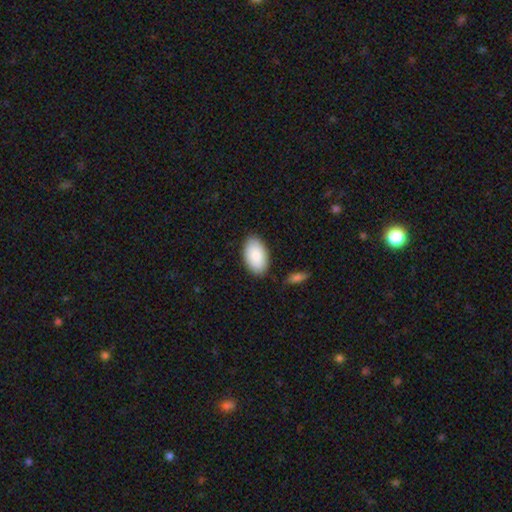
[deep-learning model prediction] A smooth galaxy with no disk features (86%) that is in between round and cigar-shaped (95%). Merging: none (86%).